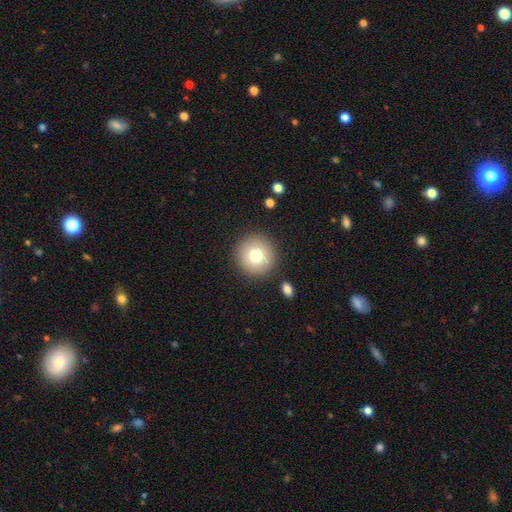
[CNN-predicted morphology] Overall: smooth (76%). How rounded: round (95%). Merging: none (88%).